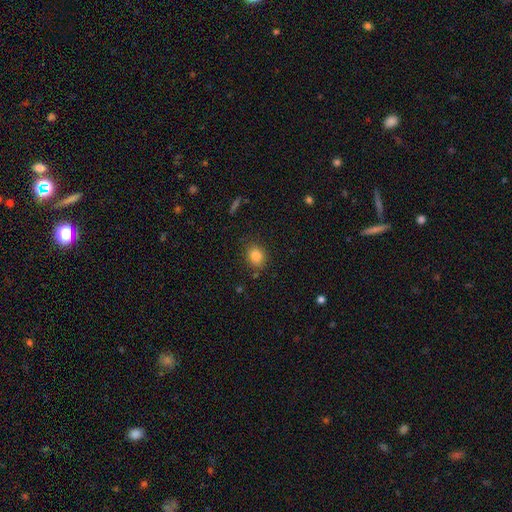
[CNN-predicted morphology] Smooth or featured?
  - smooth: 84% *
  - star or artifact: 10%
  - featured or disk: 6%
How rounded?
  - round: 52% *
  - in between: 47%
  - cigar-shaped: 1%
Merging?
  - none: 83% *
  - minor disturbance: 12%
  - major disturbance: 3%
  - merger: 3%